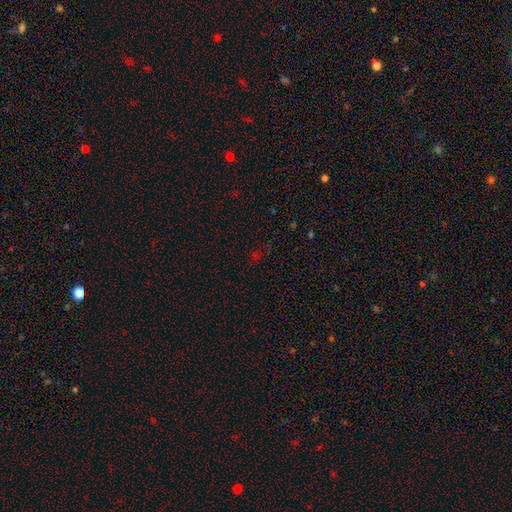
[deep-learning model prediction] This appears to be a star or artifact, not a galaxy (62%).